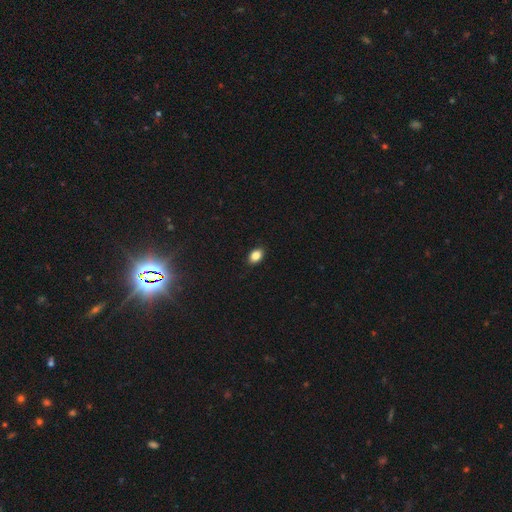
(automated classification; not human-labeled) A smooth galaxy with no disk features (85%) that is in between round and cigar-shaped (83%).

Vote fractions:
- Smooth or featured? smooth: 85% / star or artifact: 9% / featured or disk: 5%
- How rounded? in between: 83% / round: 16% / cigar-shaped: 1%
- Merging? none: 89% / minor disturbance: 9% / major disturbance: 2% / merger: 1%